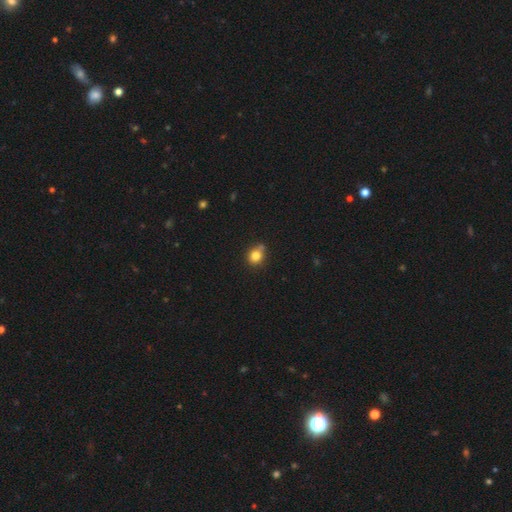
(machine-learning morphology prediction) Overall: smooth (80%). How rounded: round (80%). Merging: none (61%).